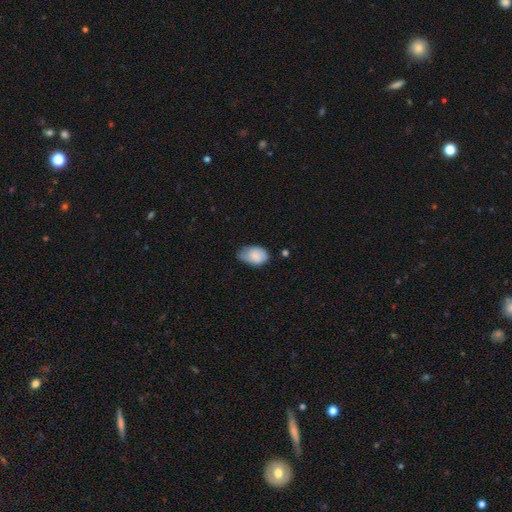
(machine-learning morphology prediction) This appears to be a smooth galaxy with no disk features (82%) that is in between round and cigar-shaped (87%). Merging: minor disturbance (46%).